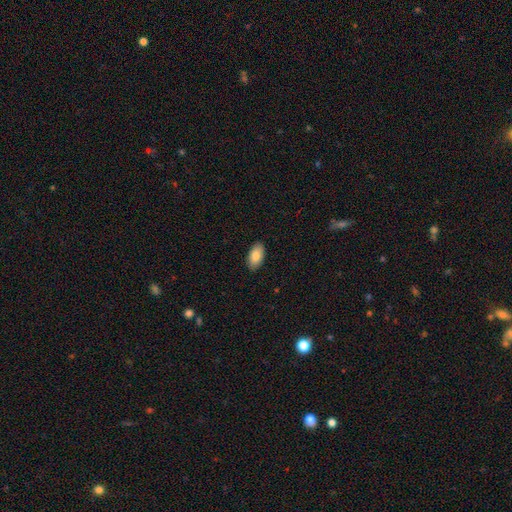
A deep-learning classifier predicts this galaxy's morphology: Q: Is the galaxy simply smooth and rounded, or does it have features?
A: smooth — 84%.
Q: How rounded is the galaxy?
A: in between — 95%.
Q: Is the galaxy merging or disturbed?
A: none — 89%.